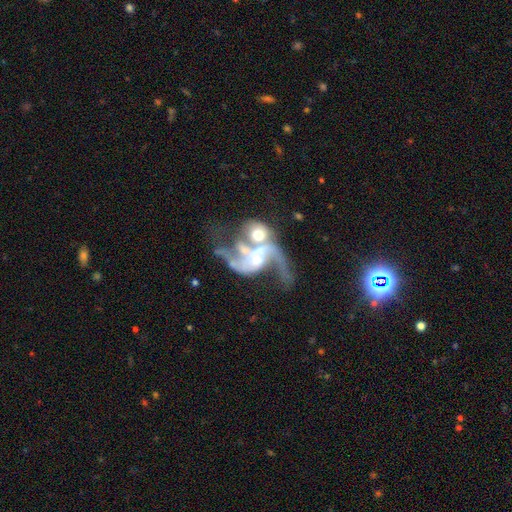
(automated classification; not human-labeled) The model was most divided on "bulge size": small: 38%, moderate: 36%, none: 17%, large: 7%, dominant: 2%. More confident: edge-on disk — no (97%); spiral arms — yes (88%); smooth or featured — featured or disk (83%); spiral arm count — 2 (76%); spiral winding — loose (73%); bar — no (54%); merging — merger (52%).